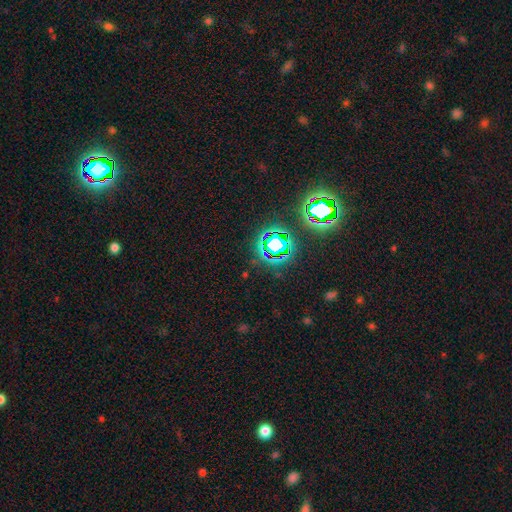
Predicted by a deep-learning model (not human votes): Q: Smooth or featured?
A: star or artifact (77%); runner-up: smooth (15%)